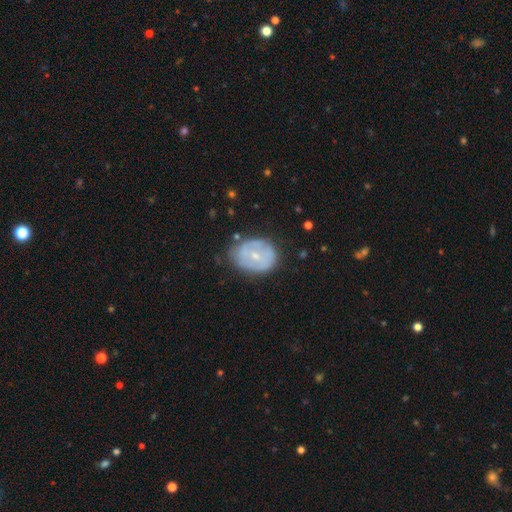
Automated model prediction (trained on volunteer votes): Q: Smooth or featured?
A: featured or disk (54%); runner-up: smooth (39%)
Q: Edge-on disk?
A: no (95%); runner-up: yes (5%)
Q: Bar?
A: no (61%); runner-up: weak (30%)
Q: Spiral arms?
A: no (65%); runner-up: yes (35%)
Q: Bulge size?
A: small (55%); runner-up: moderate (41%)
Q: Merging?
A: none (66%); runner-up: minor disturbance (24%)